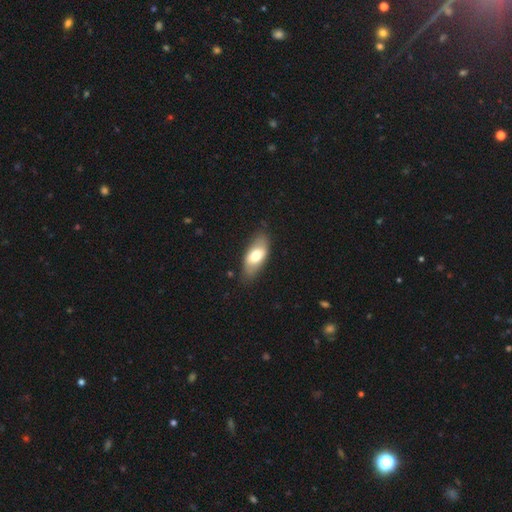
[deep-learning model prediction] This is likely a smooth galaxy (66%). How rounded: clearly in between (87%). Merging: likely none (78%).